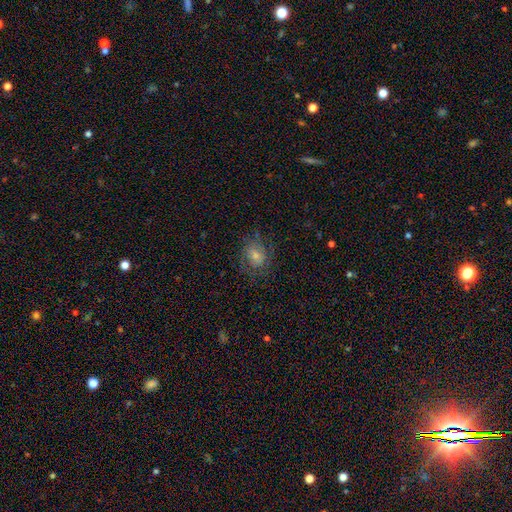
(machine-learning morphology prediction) This appears to be a featured or disk galaxy (45%). Merging: none (72%).